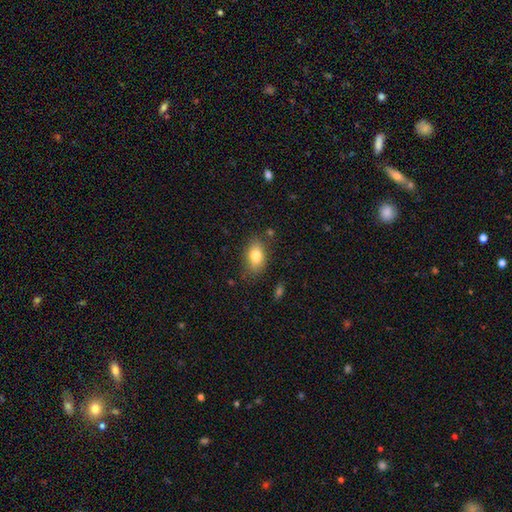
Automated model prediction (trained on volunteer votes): Smooth or featured: smooth — 80% (featured or disk — 12%)
How rounded: in between — 87% (round — 11%)
Merging: none — 79% (minor disturbance — 16%)